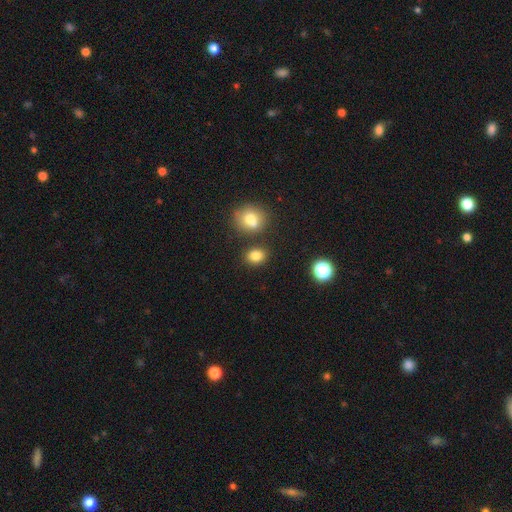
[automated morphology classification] This appears to be a smooth galaxy with no disk features (82%) that is round (50%). Merging: none (77%).